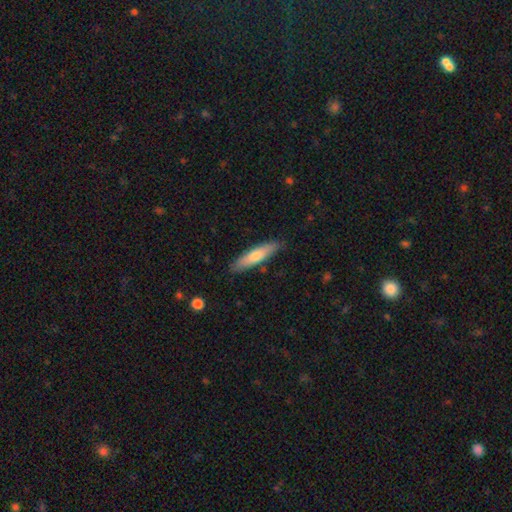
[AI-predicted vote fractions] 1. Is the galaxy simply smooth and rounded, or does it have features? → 65% smooth, 29% featured or disk, 6% star or artifact.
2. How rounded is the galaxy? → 82% cigar-shaped, 16% in between, 1% round.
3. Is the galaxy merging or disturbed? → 87% none, 10% minor disturbance, 2% major disturbance, 1% merger.